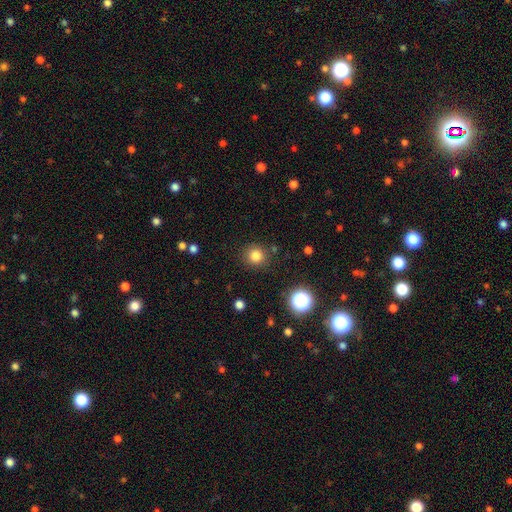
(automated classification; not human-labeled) smooth_or_featured: smooth (p=0.81) [alt: star or artifact p=0.14]
how_rounded: round (p=0.92) [alt: in between p=0.07]
merging: none (p=0.88) [alt: minor disturbance p=0.07]